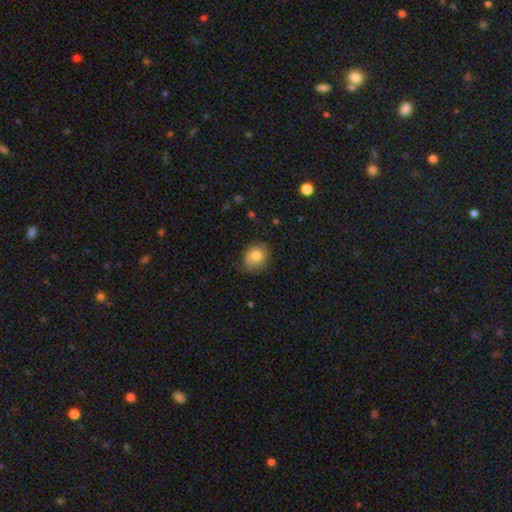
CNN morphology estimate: type=smooth (79%); roundness=round (62%); merging=none (73%).